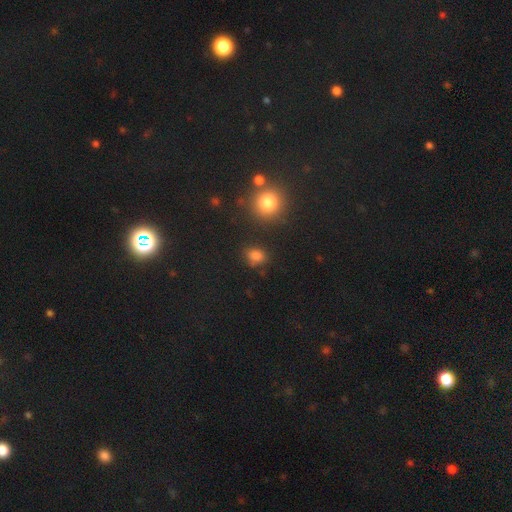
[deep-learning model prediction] smooth-or-featured: smooth: 77% | star or artifact: 18% | featured or disk: 5%
  how-rounded: in between: 53% | round: 46% | cigar-shaped: 2%
  merging: none: 74% | minor disturbance: 16% | merger: 5% | major disturbance: 5%